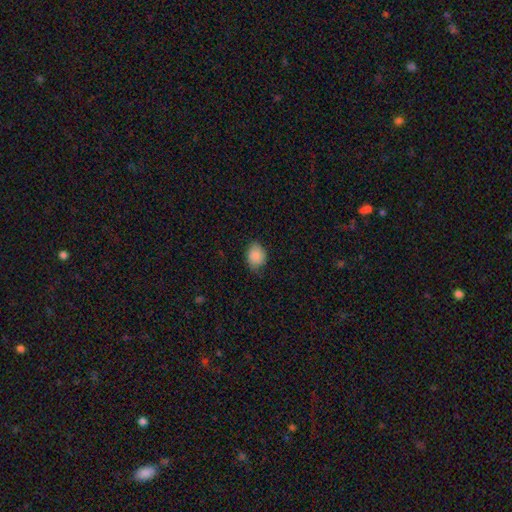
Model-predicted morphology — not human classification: Smooth or featured? Predicted: smooth (p=0.87). How rounded? Predicted: round (p=0.50). Merging? Predicted: none (p=0.69).